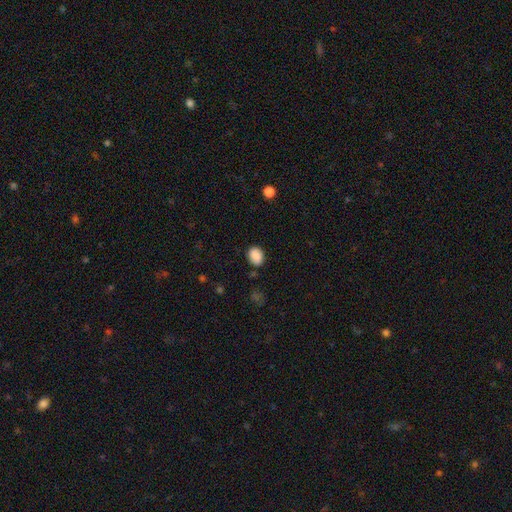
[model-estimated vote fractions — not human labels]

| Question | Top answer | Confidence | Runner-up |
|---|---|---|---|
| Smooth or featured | smooth | 86% | star or artifact (8%) |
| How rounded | in between | 56% | round (43%) |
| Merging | none | 80% | minor disturbance (14%) |